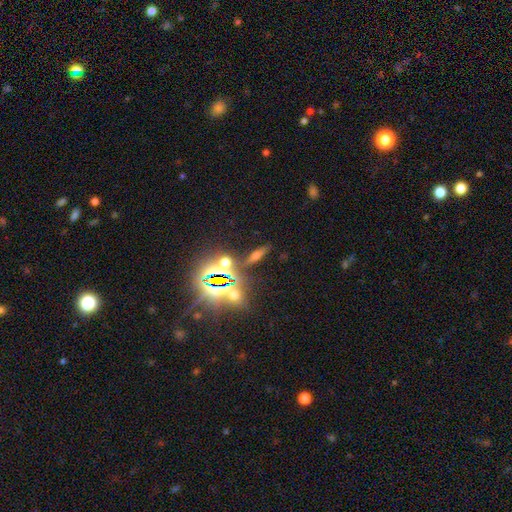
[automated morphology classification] Smooth or featured? Predicted: smooth (p=0.40). Merging? Predicted: none (p=0.80).